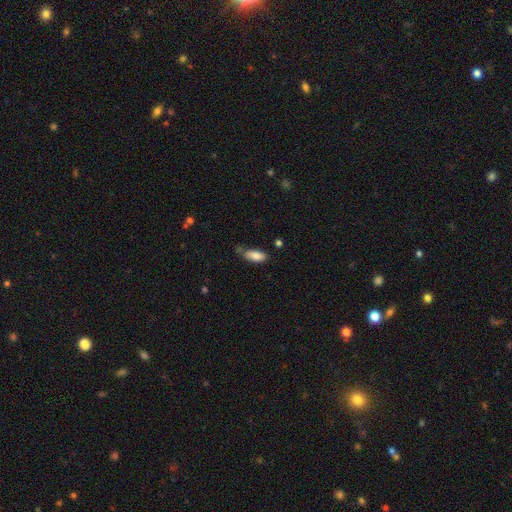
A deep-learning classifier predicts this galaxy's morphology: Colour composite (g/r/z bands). It shows a smooth galaxy with no disk features (83%) that is in between round and cigar-shaped (78%). Merging: none (56%).